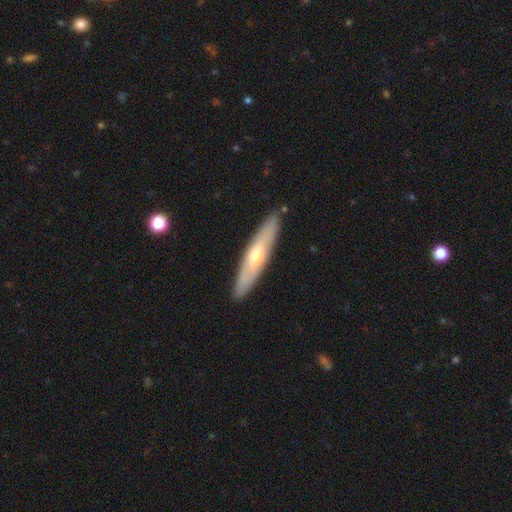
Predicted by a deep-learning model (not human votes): This is possibly a featured or disk galaxy (49%). Merging: clearly none (88%).